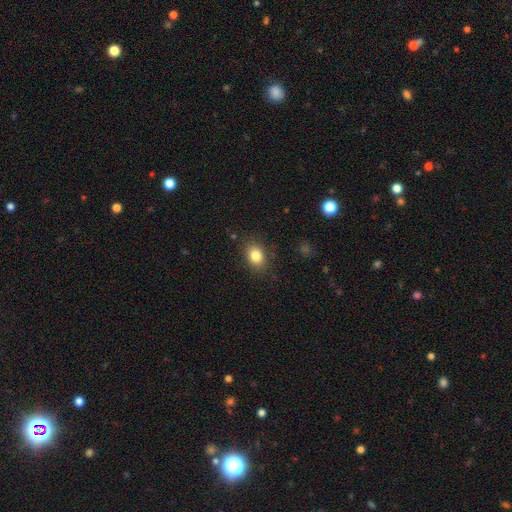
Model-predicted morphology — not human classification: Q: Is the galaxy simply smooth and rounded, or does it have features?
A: smooth — 83%.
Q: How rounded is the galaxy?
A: in between — 64%.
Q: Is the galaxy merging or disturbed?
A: none — 85%.